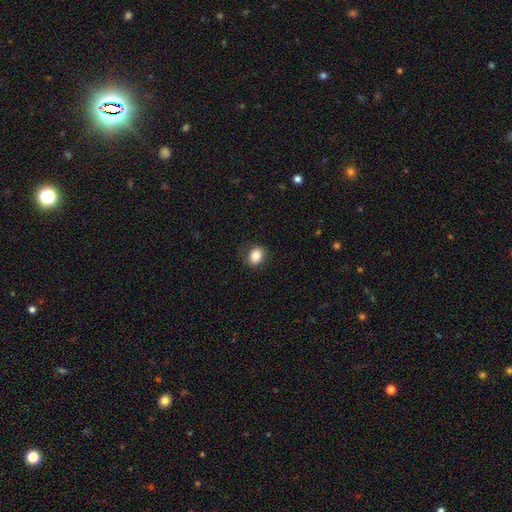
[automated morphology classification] A smooth galaxy with no disk features (85%) that is round (50%).

Vote fractions:
- Smooth or featured? smooth: 85% / star or artifact: 9% / featured or disk: 6%
- How rounded? round: 50% / in between: 49% / cigar-shaped: 1%
- Merging? none: 83% / minor disturbance: 12% / major disturbance: 3% / merger: 1%